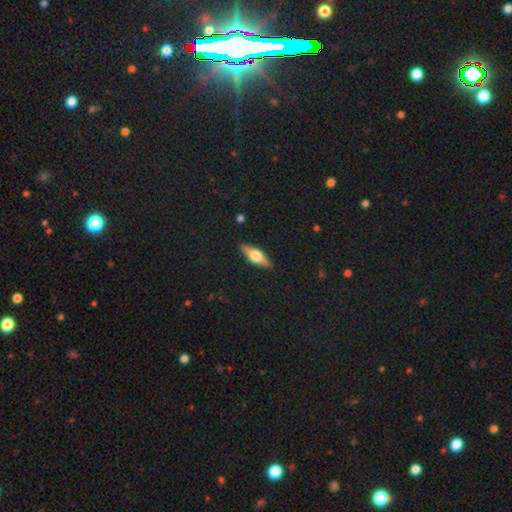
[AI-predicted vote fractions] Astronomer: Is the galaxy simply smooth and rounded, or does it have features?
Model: featured or disk — 53% (runner-up: smooth, 41%).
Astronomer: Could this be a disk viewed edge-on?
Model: yes — 92%.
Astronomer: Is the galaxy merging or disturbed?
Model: none — 89%.